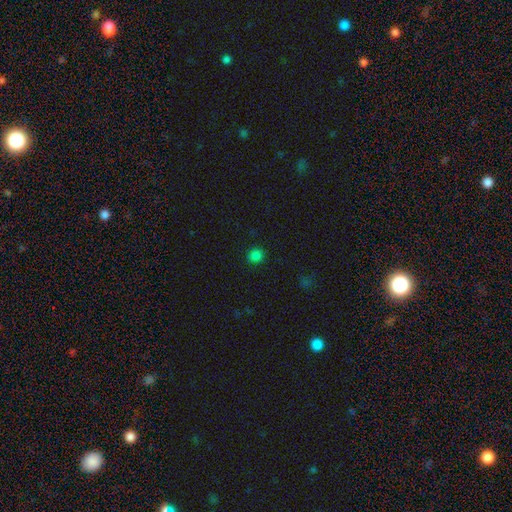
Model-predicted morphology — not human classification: A smooth galaxy with no disk features (82%) that is round (89%). Merging: none (91%).